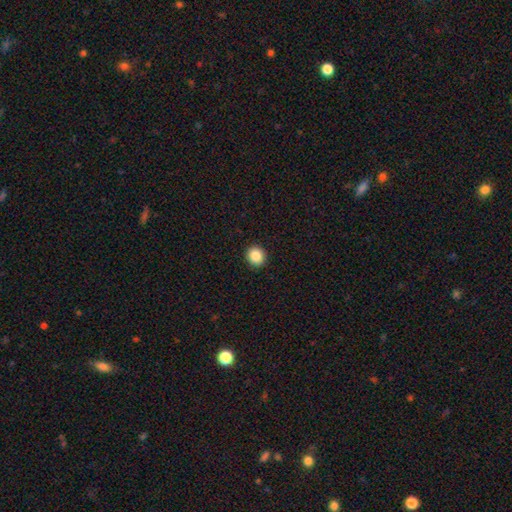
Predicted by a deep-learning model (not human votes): Smooth or featured: smooth — 86% (star or artifact — 10%)
How rounded: round — 86% (in between — 13%)
Merging: none — 93% (minor disturbance — 5%)